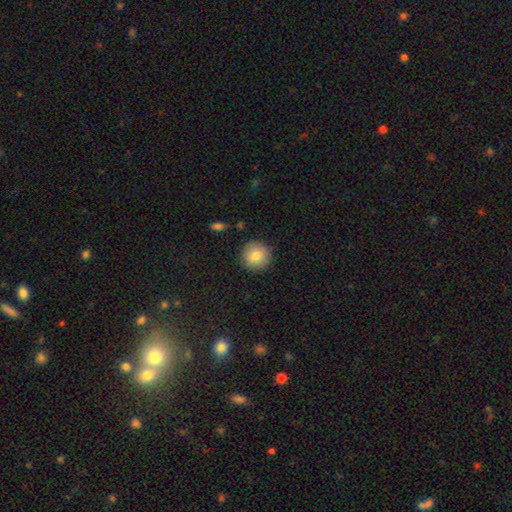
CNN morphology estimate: smooth 82%, featured or disk 9%, star or artifact 8%. Down the decision tree: how rounded — round (94%); merging — none (89%).